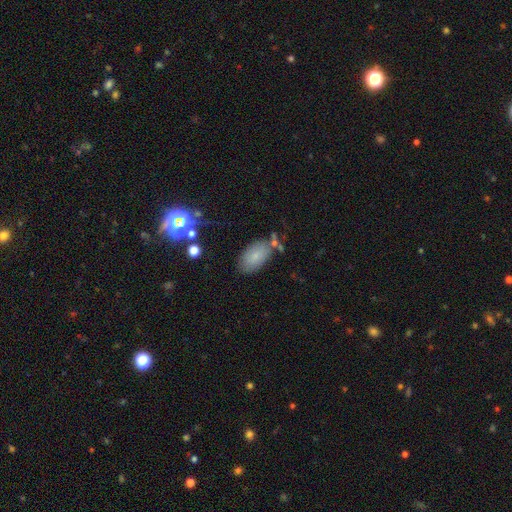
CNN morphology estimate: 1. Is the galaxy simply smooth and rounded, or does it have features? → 77% smooth, 12% featured or disk, 11% star or artifact.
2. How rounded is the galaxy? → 93% in between, 5% round, 2% cigar-shaped.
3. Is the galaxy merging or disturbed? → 70% none, 17% minor disturbance, 8% merger, 5% major disturbance.